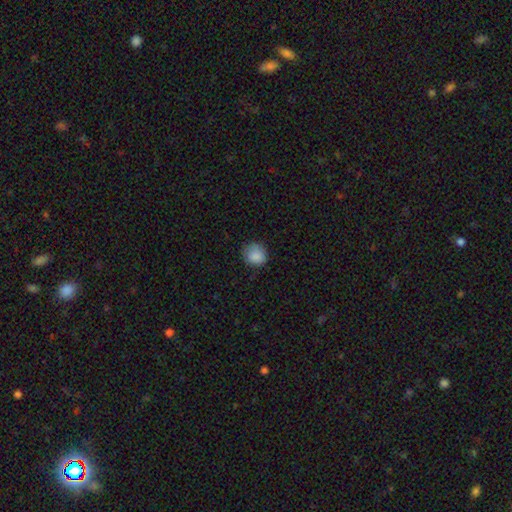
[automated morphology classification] Smooth or featured? Predicted: smooth (p=0.87). How rounded? Predicted: round (p=0.81). Merging? Predicted: none (p=0.75).